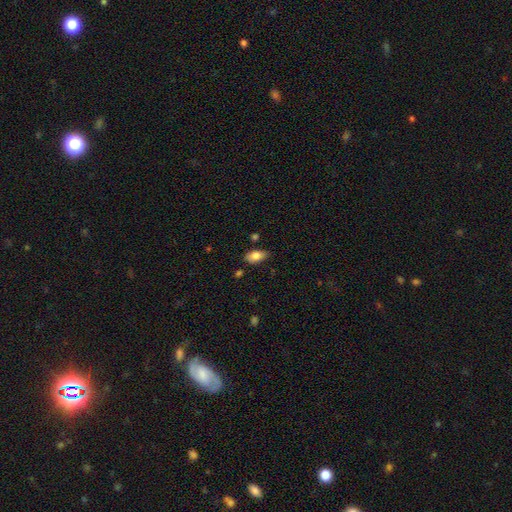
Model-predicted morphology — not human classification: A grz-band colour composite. It shows a smooth galaxy with no disk features (78%) that is in between round and cigar-shaped (90%). Merging: none (75%).